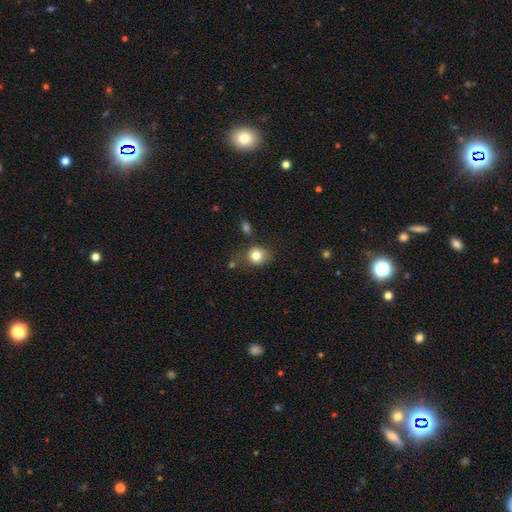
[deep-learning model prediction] Smooth or featured?
  - smooth: 81% *
  - star or artifact: 11%
  - featured or disk: 9%
How rounded?
  - round: 67% *
  - in between: 32%
  - cigar-shaped: 1%
Merging?
  - none: 67% *
  - minor disturbance: 19%
  - merger: 7%
  - major disturbance: 7%